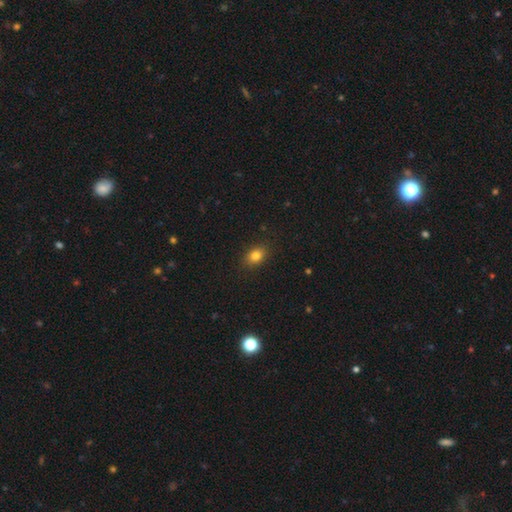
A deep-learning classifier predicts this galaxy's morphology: The model was most divided on "how rounded": in between: 70%, round: 29%, cigar-shaped: 1%. More confident: merging — none (88%); smooth or featured — smooth (82%).